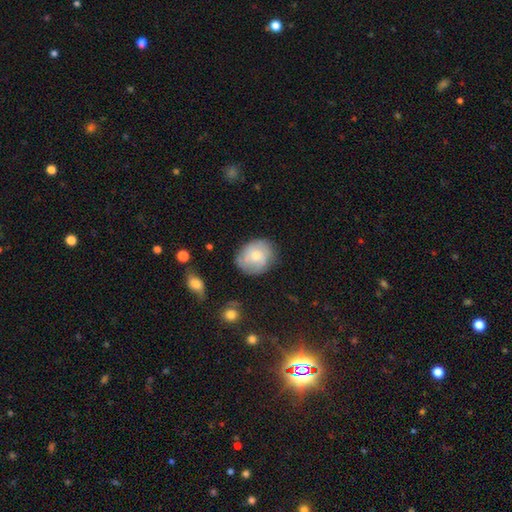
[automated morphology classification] Smooth or featured: smooth — 62% (featured or disk — 30%)
How rounded: round — 62% (in between — 37%)
Merging: none — 69% (minor disturbance — 23%)